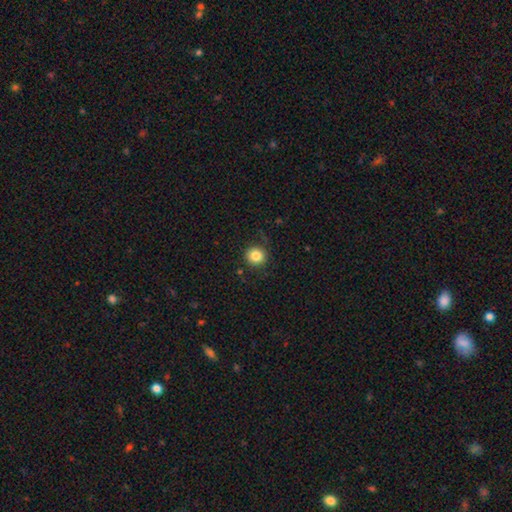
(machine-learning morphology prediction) smooth 84%, star or artifact 10%, featured or disk 6%. Down the decision tree: how rounded — round (92%); merging — none (86%).